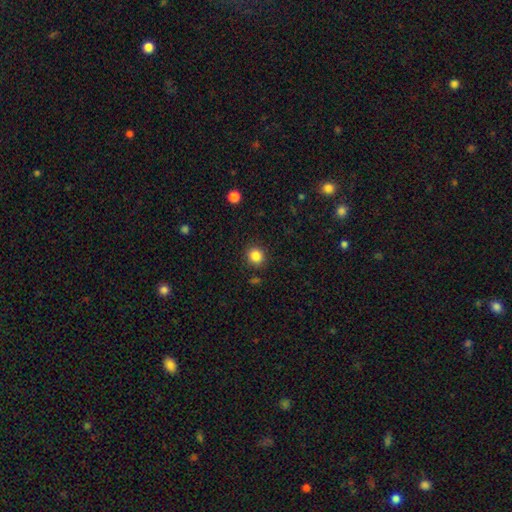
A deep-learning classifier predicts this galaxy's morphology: Smooth or featured: smooth — 85% (star or artifact — 11%)
How rounded: round — 86% (in between — 13%)
Merging: none — 89% (minor disturbance — 7%)